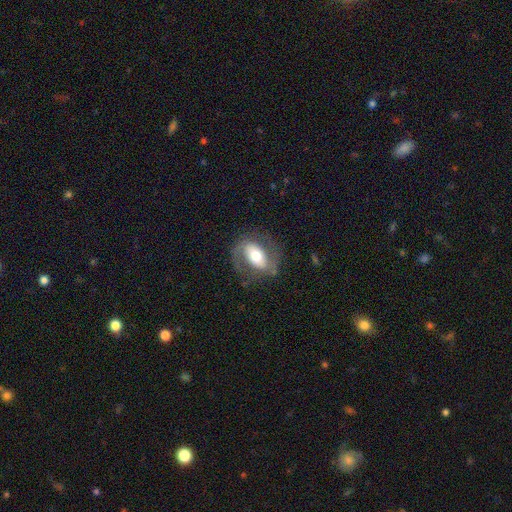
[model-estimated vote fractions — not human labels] Q: Smooth or featured?
A: featured or disk (66%); runner-up: smooth (28%)
Q: Edge-on disk?
A: no (94%); runner-up: yes (6%)
Q: Bar?
A: strong (40%); runner-up: weak (30%)
Q: Spiral arms?
A: yes (78%); runner-up: no (22%)
Q: Bulge size?
A: moderate (58%); runner-up: large (25%)
Q: Merging?
A: none (69%); runner-up: minor disturbance (17%)